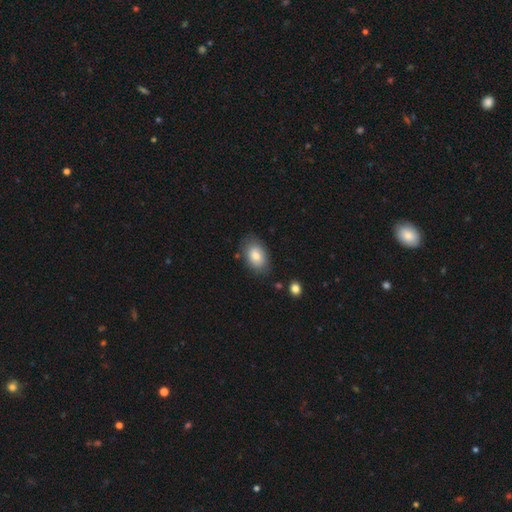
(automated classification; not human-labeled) This appears to be a smooth galaxy with no disk features (81%) that is in between round and cigar-shaped (88%). Merging: none (77%).